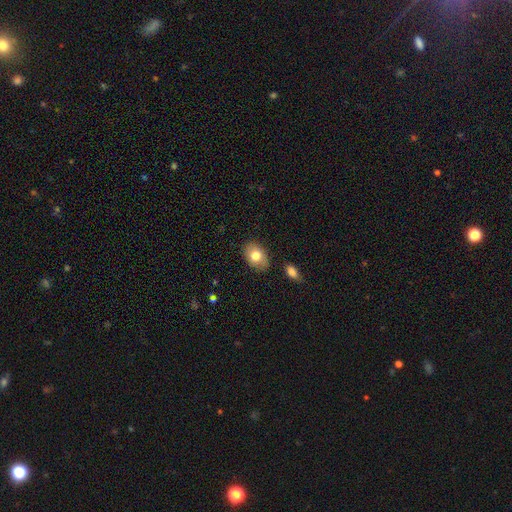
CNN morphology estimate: A smooth galaxy with no disk features (78%) that is in between round and cigar-shaped (80%).

Vote fractions:
- Smooth or featured? smooth: 78% / featured or disk: 15% / star or artifact: 8%
- How rounded? in between: 80% / round: 19% / cigar-shaped: 1%
- Merging? none: 85% / minor disturbance: 11% / major disturbance: 2% / merger: 2%